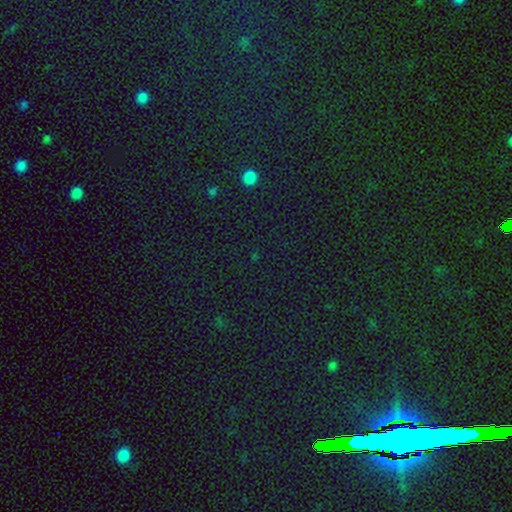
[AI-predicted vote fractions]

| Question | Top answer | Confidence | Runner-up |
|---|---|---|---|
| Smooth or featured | star or artifact | 80% | smooth (13%) |